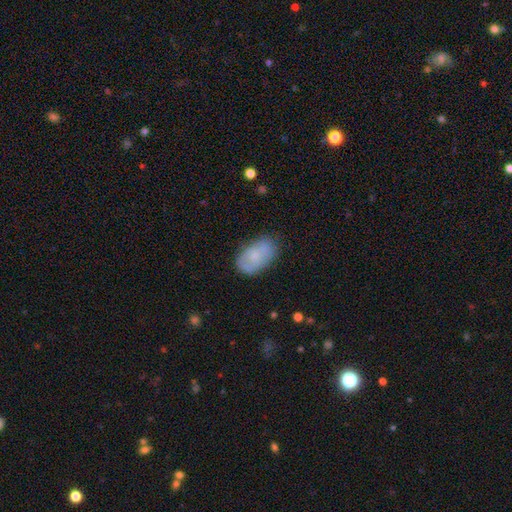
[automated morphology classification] This appears to be a smooth galaxy with no disk features (70%) that is in between round and cigar-shaped (92%). Merging: none (69%).